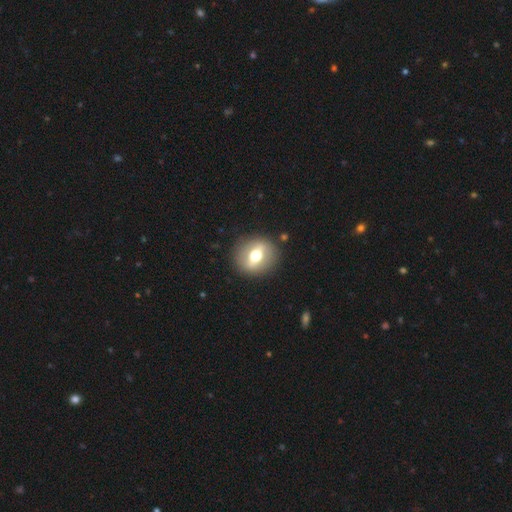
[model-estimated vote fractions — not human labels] The model was most divided on "smooth or featured": featured or disk: 51%, smooth: 41%, star or artifact: 8%. More confident: merging — none (88%); edge-on disk — no (68%).